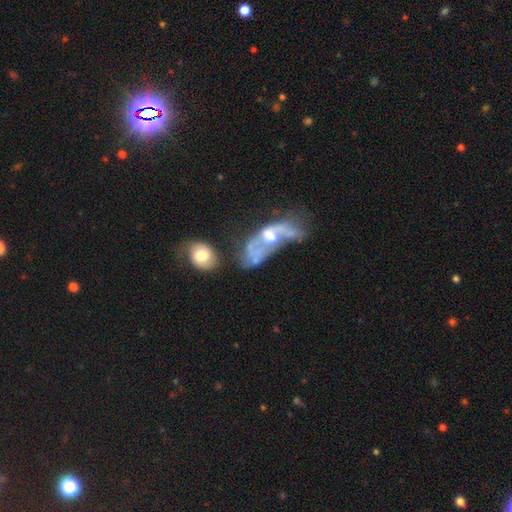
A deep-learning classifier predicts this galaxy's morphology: A featured or disk galaxy (59%) with no bar (70%), no spiral arms (66%) and a moderate central bulge (49%).

Vote fractions:
- Smooth or featured? featured or disk: 59% / smooth: 31% / star or artifact: 10%
- Edge-on disk? no: 92% / yes: 8%
- Bar? no: 70% / weak: 22% / strong: 8%
- Spiral arms? no: 66% / yes: 34%
- Bulge size? moderate: 49% / small: 18% / none: 16% / large: 15% / dominant: 3%
- Merging? merger: 40% / major disturbance: 35% / none: 14% / minor disturbance: 11%